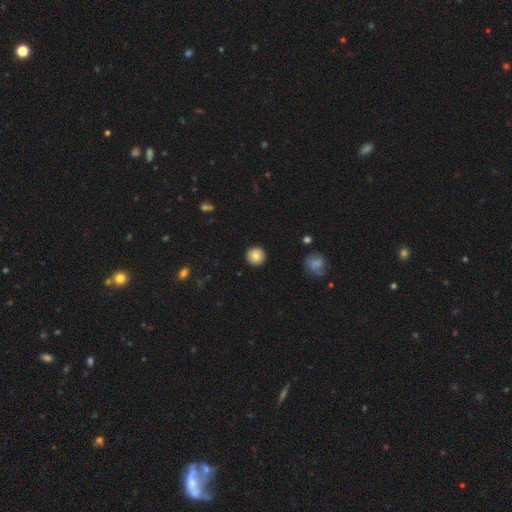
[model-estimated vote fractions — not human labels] Overall: smooth (84%). How rounded: round (95%). Merging: none (92%).